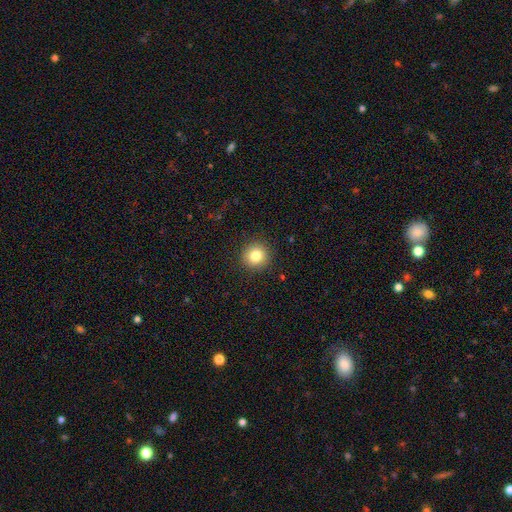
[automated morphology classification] smooth-or-featured: smooth: 82% | star or artifact: 11% | featured or disk: 7%
  how-rounded: round: 94% | in between: 5% | cigar-shaped: 1%
  merging: none: 92% | minor disturbance: 5% | major disturbance: 2% | merger: 1%